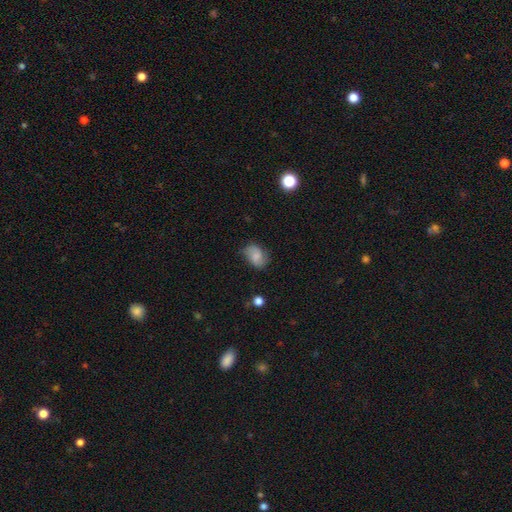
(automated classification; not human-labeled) Q: Smooth or featured?
A: smooth (63%); runner-up: featured or disk (28%)
Q: How rounded?
A: in between (73%); runner-up: round (26%)
Q: Merging?
A: none (67%); runner-up: minor disturbance (25%)